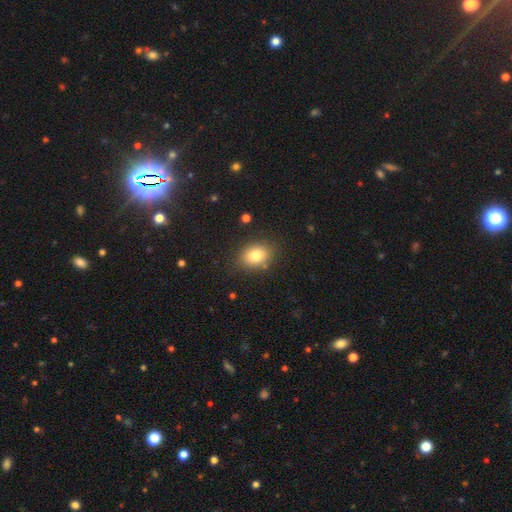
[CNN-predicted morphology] Overall: smooth (81%). How rounded: in between (70%). Merging: none (84%).